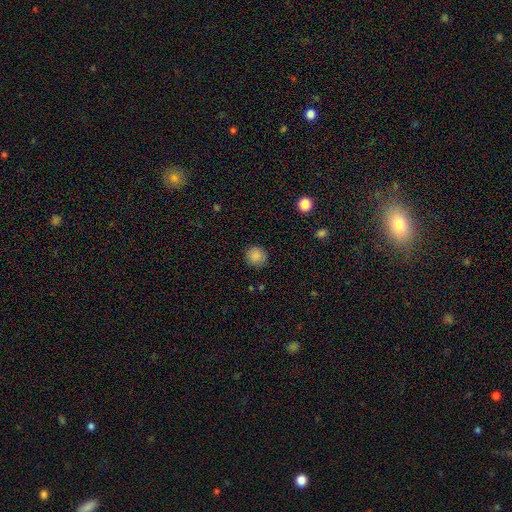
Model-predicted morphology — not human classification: smooth-or-featured: smooth: 86% | star or artifact: 10% | featured or disk: 4%
  how-rounded: round: 89% | in between: 10% | cigar-shaped: 1%
  merging: none: 87% | minor disturbance: 9% | major disturbance: 3% | merger: 1%